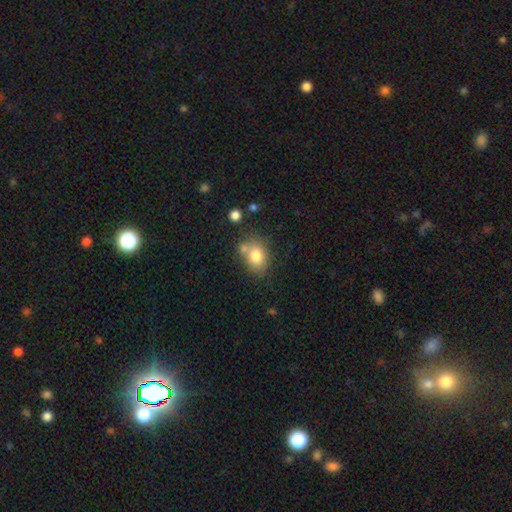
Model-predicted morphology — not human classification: type=smooth (78%); roundness=in between (60%); merging=none (53%).